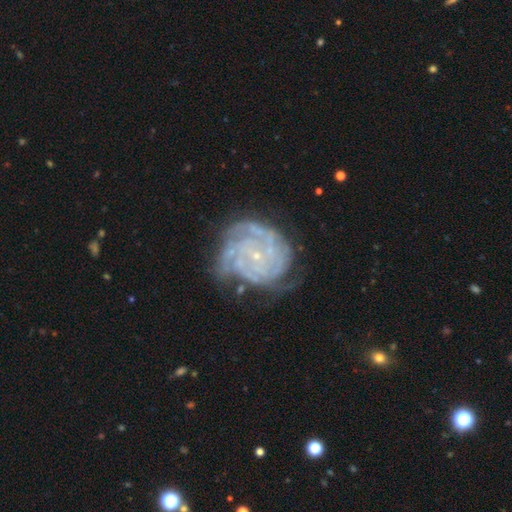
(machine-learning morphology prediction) Smooth or featured?
  - featured or disk: 85% *
  - smooth: 8%
  - star or artifact: 7%
Edge-on disk?
  - no: 98% *
  - yes: 2%
Bar?
  - no: 77% *
  - weak: 18%
  - strong: 5%
Spiral arms?
  - yes: 95% *
  - no: 5%
Spiral winding?
  - tight: 74% *
  - medium: 21%
  - loose: 5%
Spiral arm count?
  - 4: 28% *
  - can't tell: 27%
  - 3: 17%
  - more than 4: 11%
  - 2: 10%
  - 1: 7%
Bulge size?
  - small: 87% *
  - moderate: 8%
  - none: 4%
  - large: 1%
  - dominant: 1%
Merging?
  - none: 59% *
  - minor disturbance: 24%
  - major disturbance: 14%
  - merger: 3%